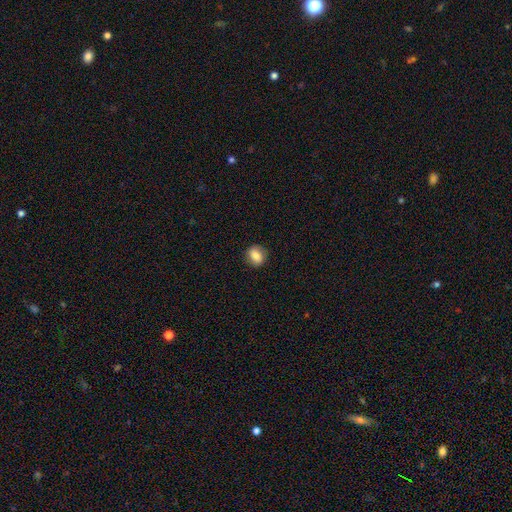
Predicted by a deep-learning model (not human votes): smooth-or-featured: smooth: 79% | featured or disk: 12% | star or artifact: 9%
  how-rounded: round: 66% | in between: 32% | cigar-shaped: 1%
  merging: none: 87% | minor disturbance: 10% | major disturbance: 2% | merger: 1%